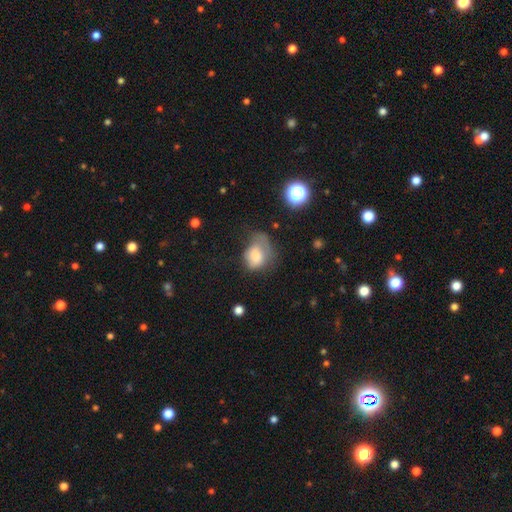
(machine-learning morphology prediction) Smooth or featured? Predicted: smooth (p=0.69). How rounded? Predicted: in between (p=0.64). Merging? Predicted: major disturbance (p=0.39).